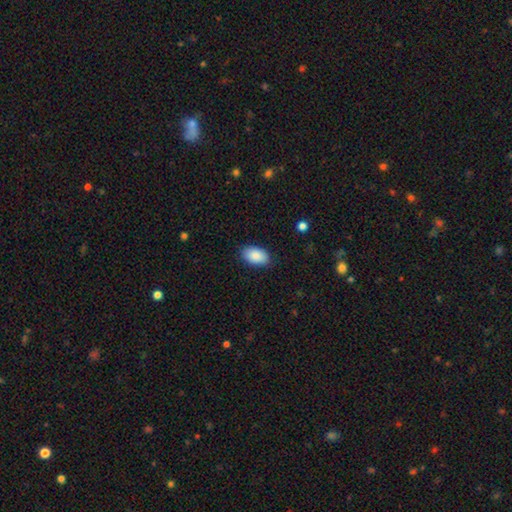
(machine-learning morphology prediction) Smooth or featured: smooth — 88% (star or artifact — 6%)
How rounded: in between — 94% (round — 5%)
Merging: none — 86% (minor disturbance — 11%)